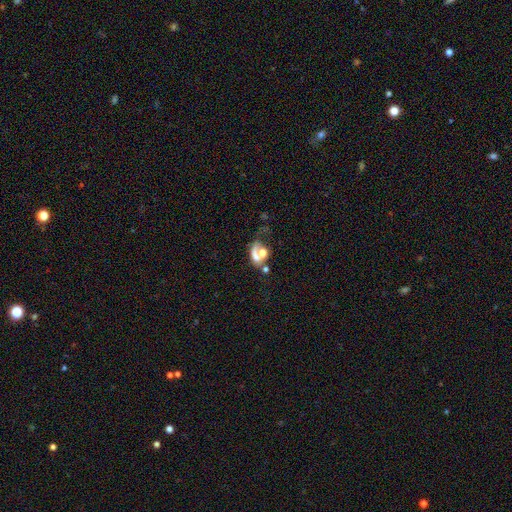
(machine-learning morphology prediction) Smooth or featured? Predicted: smooth (p=0.45). Merging? Predicted: merger (p=0.47).